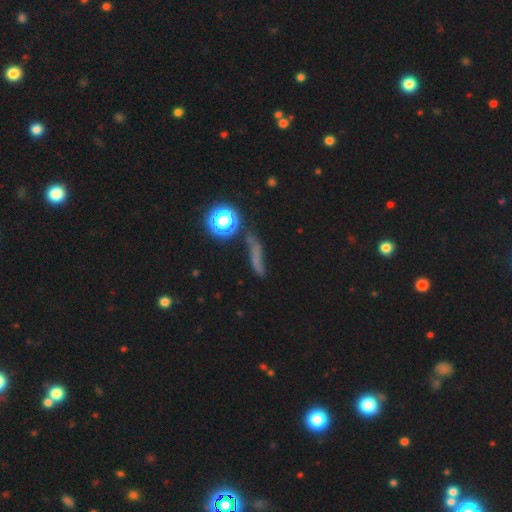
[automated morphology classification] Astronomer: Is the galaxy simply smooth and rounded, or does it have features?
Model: smooth — 54%.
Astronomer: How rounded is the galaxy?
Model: cigar-shaped — 66%.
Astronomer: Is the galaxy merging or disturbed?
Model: none — 65%.